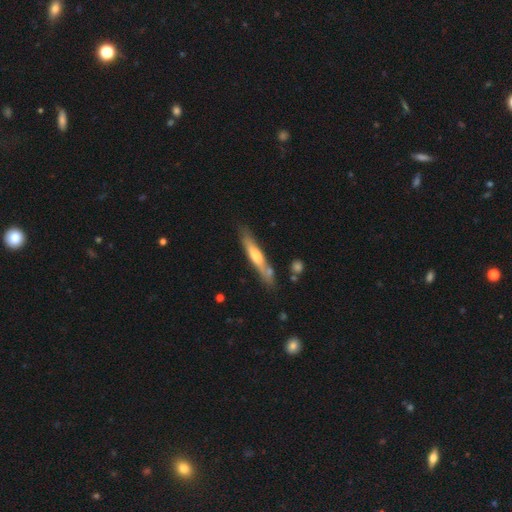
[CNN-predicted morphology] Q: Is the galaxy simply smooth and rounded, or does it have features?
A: featured or disk — 52%.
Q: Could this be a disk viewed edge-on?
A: yes — 87%.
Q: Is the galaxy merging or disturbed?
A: none — 75%.